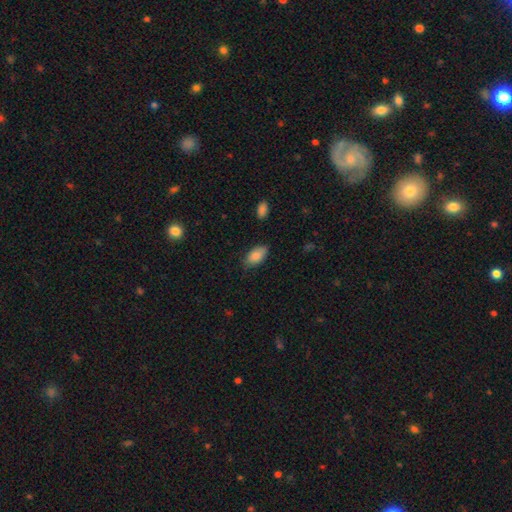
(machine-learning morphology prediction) smooth-or-featured: smooth: 84% | featured or disk: 9% | star or artifact: 7%
  how-rounded: in between: 93% | round: 4% | cigar-shaped: 4%
  merging: none: 80% | minor disturbance: 16% | major disturbance: 3% | merger: 1%